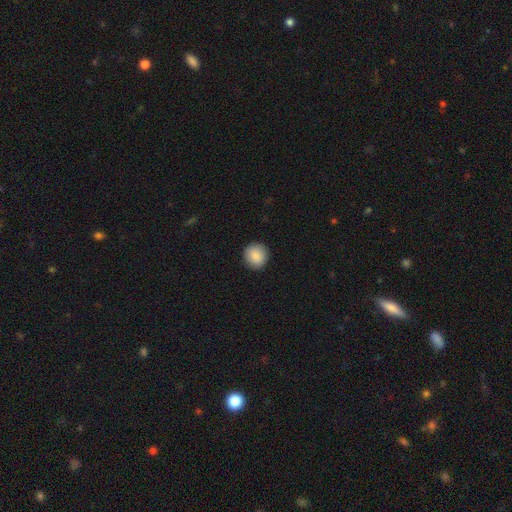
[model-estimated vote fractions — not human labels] Smooth or featured? Predicted: smooth (p=0.89). How rounded? Predicted: round (p=0.92). Merging? Predicted: none (p=0.91).